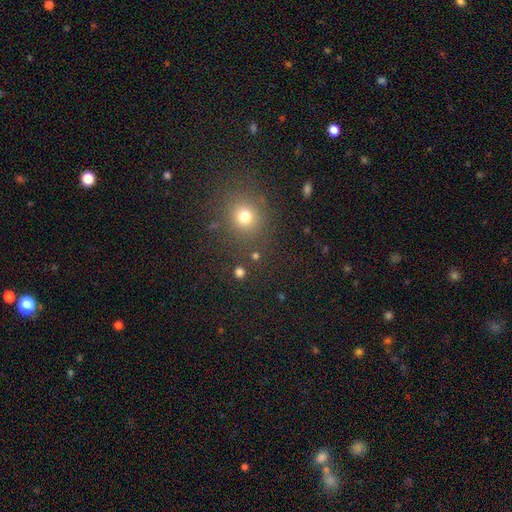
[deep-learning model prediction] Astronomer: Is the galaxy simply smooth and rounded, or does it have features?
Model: smooth — 65%.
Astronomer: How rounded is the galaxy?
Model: round — 86%.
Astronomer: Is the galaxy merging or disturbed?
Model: none — 85%.